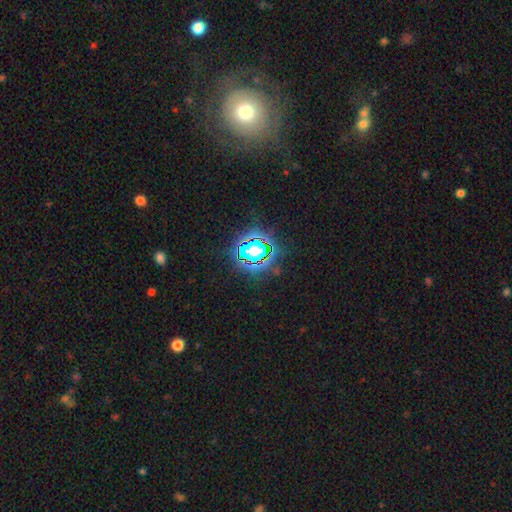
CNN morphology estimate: star or artifact 69%, smooth 19%, featured or disk 13%.